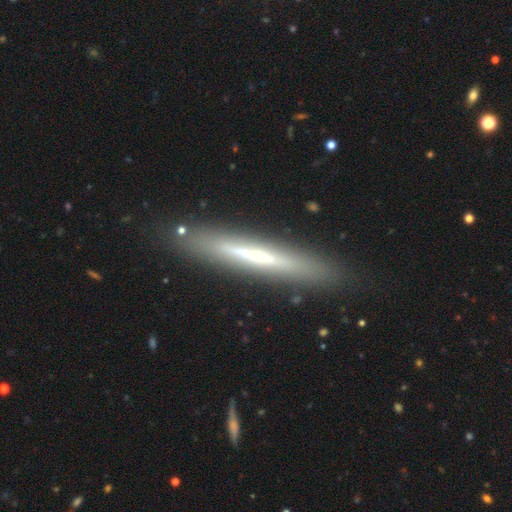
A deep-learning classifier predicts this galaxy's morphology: Smooth or featured: featured or disk — 57% (smooth — 35%)
Edge-on disk: yes — 91% (no — 9%)
Edge-on bulge: none — 69% (rounded — 20%)
Merging: none — 86% (minor disturbance — 10%)